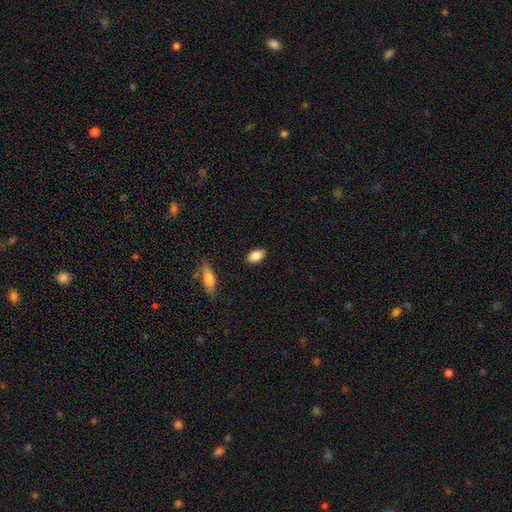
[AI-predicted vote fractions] This appears to be a smooth galaxy with no disk features (86%) that is in between round and cigar-shaped (92%). Merging: none (88%).